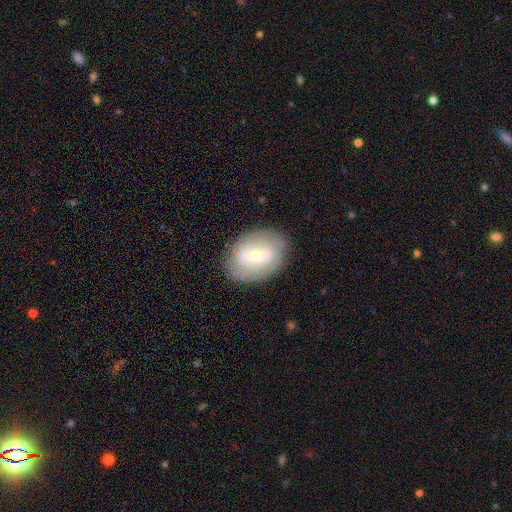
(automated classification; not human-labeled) A featured or disk galaxy (74%) with a weak bar (49%), 2 (41%) tight (61%) spiral arms (84%) and a small central bulge (55%). Merging: none (81%).